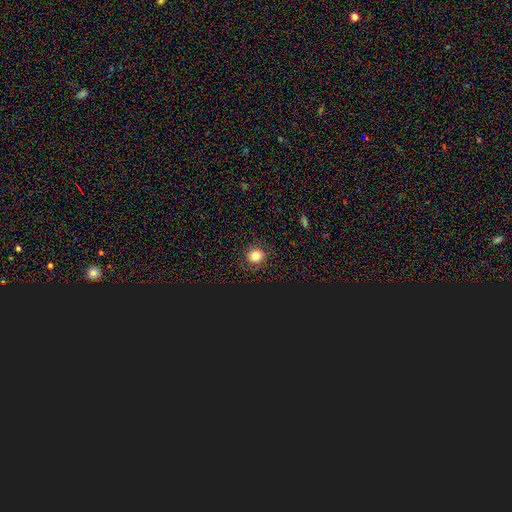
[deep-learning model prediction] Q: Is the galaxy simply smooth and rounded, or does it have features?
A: smooth — 75%.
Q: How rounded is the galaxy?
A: round — 90%.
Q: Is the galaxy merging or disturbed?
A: none — 89%.